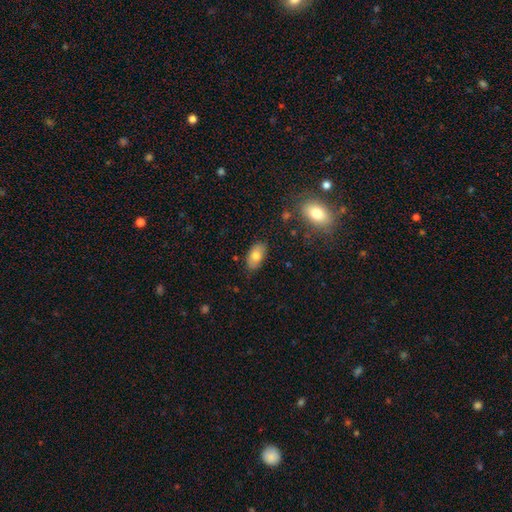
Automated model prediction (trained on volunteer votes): smooth-or-featured: smooth: 78% | featured or disk: 15% | star or artifact: 8%
  how-rounded: in between: 93% | round: 4% | cigar-shaped: 3%
  merging: none: 83% | minor disturbance: 13% | major disturbance: 3% | merger: 2%